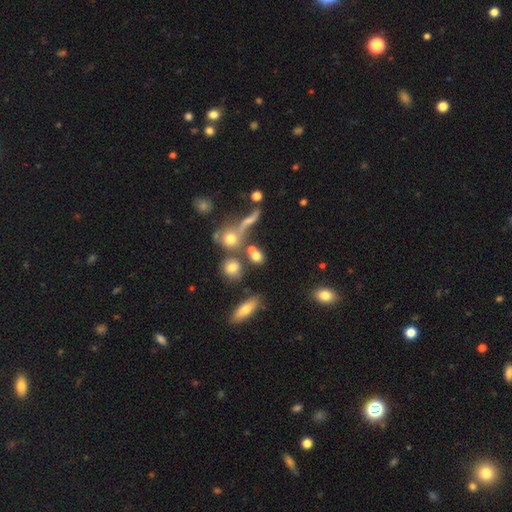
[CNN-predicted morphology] This is likely a smooth galaxy (69%). How rounded: possibly round (57%). Merging: possibly none (49%).